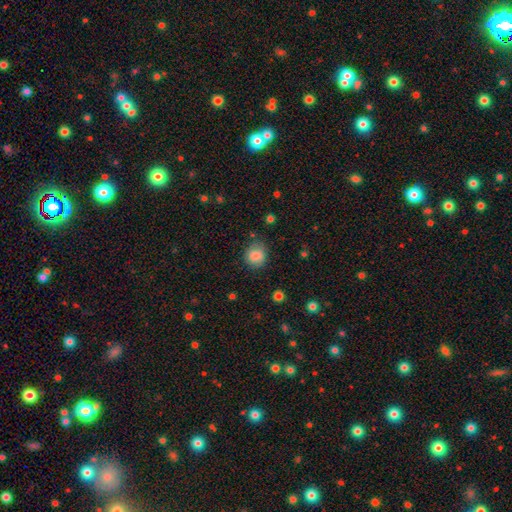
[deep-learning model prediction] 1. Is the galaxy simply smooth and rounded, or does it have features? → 83% smooth, 9% star or artifact, 7% featured or disk.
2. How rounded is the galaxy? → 82% round, 18% in between, 1% cigar-shaped.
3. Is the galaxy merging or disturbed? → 80% none, 14% minor disturbance, 4% major disturbance, 2% merger.